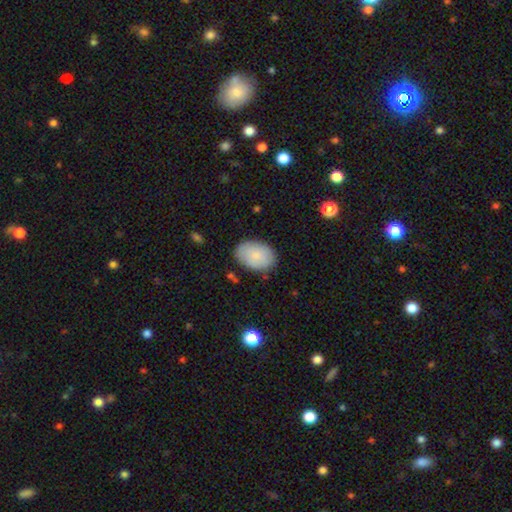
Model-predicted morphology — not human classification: smooth-or-featured: smooth: 81% | featured or disk: 12% | star or artifact: 6%
  how-rounded: in between: 86% | round: 13% | cigar-shaped: 1%
  merging: none: 82% | minor disturbance: 13% | major disturbance: 3% | merger: 2%